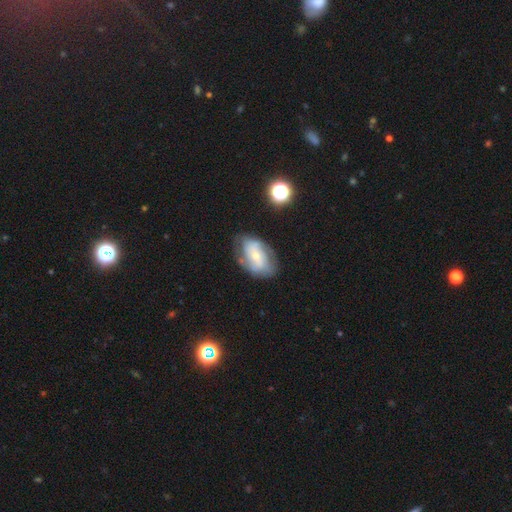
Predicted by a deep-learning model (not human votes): Smooth or featured? Predicted: featured or disk (p=0.63). Edge-on disk? Predicted: no (p=0.94). Bar? Predicted: no (p=0.59). Spiral arms? Predicted: yes (p=0.73). Bulge size? Predicted: small (p=0.64). Merging? Predicted: none (p=0.65).